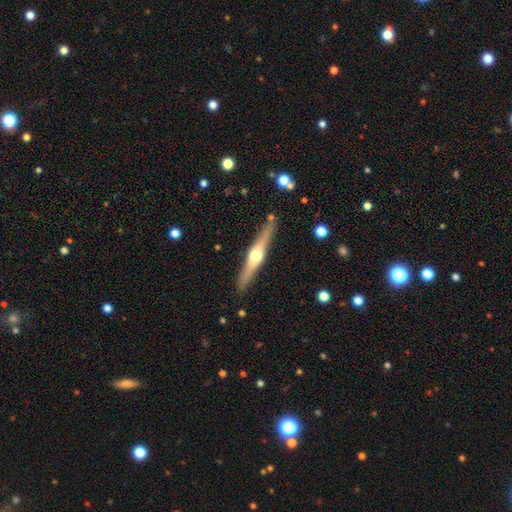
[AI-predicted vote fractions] smooth_or_featured: featured or disk (p=0.74) [alt: smooth p=0.21]
disk_edge_on: yes (p=0.97) [alt: no p=0.03]
edge_on_bulge: rounded (p=0.93) [alt: boxy p=0.04]
merging: none (p=0.88) [alt: minor disturbance p=0.08]